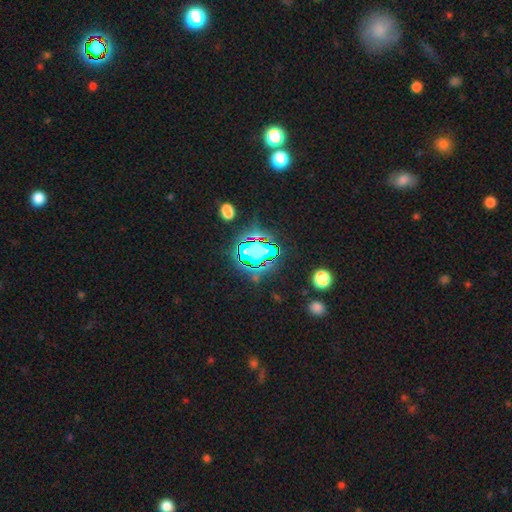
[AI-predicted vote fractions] Q: Smooth or featured?
A: star or artifact (79%); runner-up: smooth (13%)